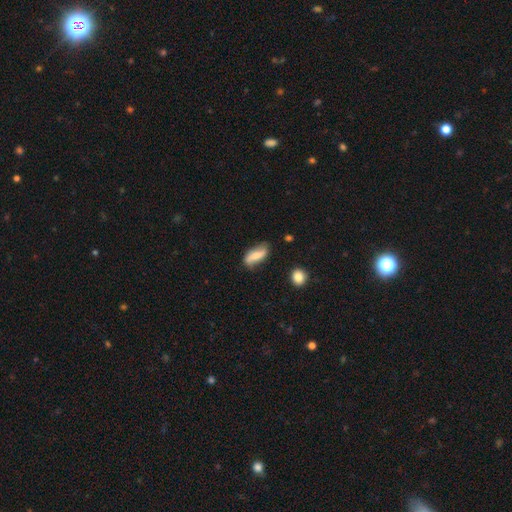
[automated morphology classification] A smooth galaxy with no disk features (60%) that is in between round and cigar-shaped (74%).

Vote fractions:
- Smooth or featured? smooth: 60% / featured or disk: 33% / star or artifact: 8%
- How rounded? in between: 74% / cigar-shaped: 23% / round: 4%
- Merging? none: 68% / minor disturbance: 23% / major disturbance: 6% / merger: 3%